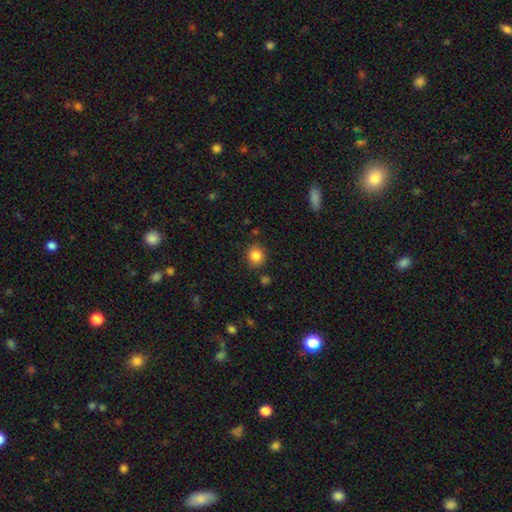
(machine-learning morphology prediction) Overall: smooth (85%). How rounded: round (83%). Merging: none (84%).